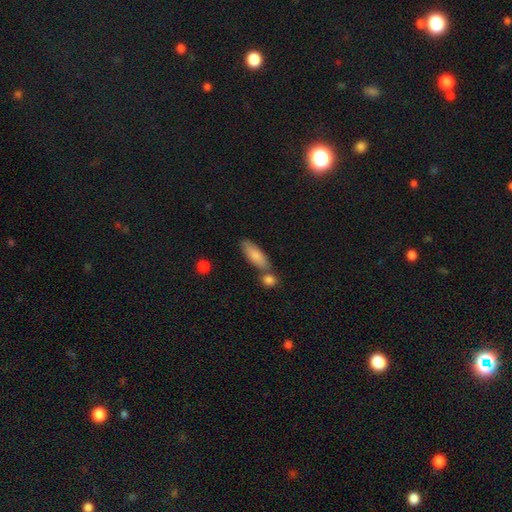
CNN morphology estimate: The model was most divided on "how rounded": in between: 61%, cigar-shaped: 36%, round: 3%. More confident: smooth or featured — smooth (82%); merging — none (61%).